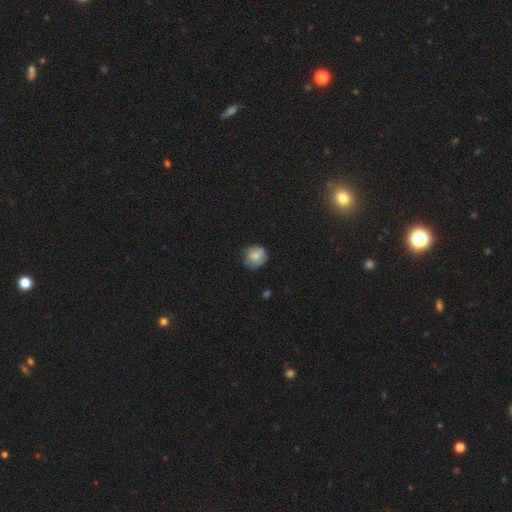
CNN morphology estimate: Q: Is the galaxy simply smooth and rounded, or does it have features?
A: smooth — 73%.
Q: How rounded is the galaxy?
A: round — 86%.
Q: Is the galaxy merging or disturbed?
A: none — 71%.